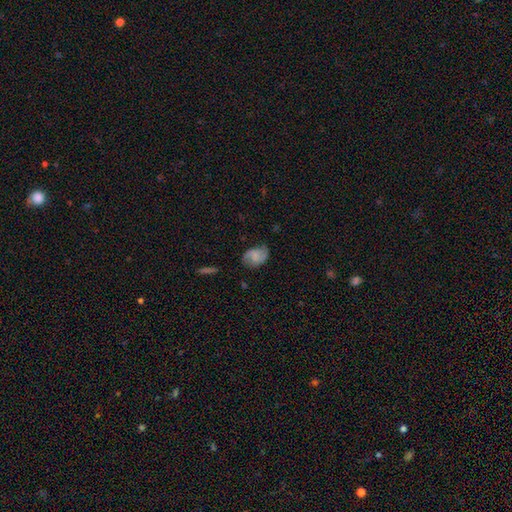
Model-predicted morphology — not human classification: Smooth or featured? featured or disk (46%)
Merging? none (70%)